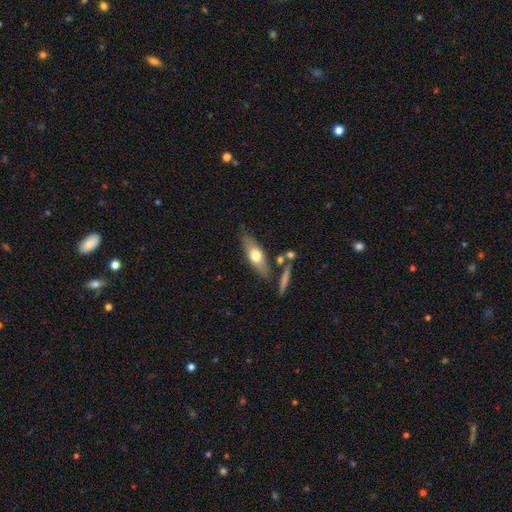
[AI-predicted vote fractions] smooth-or-featured: smooth: 58% | featured or disk: 36% | star or artifact: 6%
  how-rounded: in between: 54% | cigar-shaped: 43% | round: 4%
  merging: none: 74% | minor disturbance: 14% | merger: 9% | major disturbance: 4%